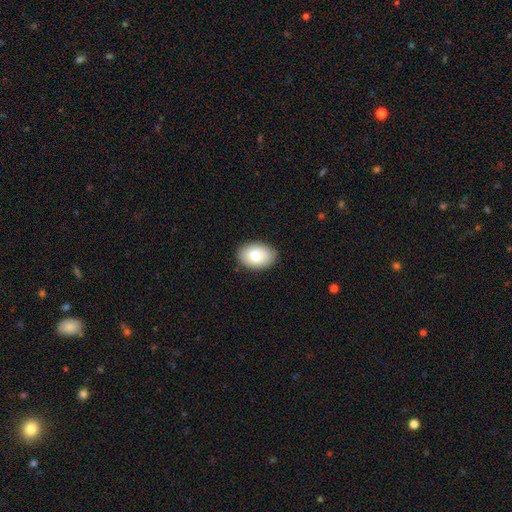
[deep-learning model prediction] smooth_or_featured: smooth (p=0.83) [alt: featured or disk p=0.11]
how_rounded: in between (p=0.88) [alt: round p=0.11]
merging: none (p=0.86) [alt: minor disturbance p=0.11]